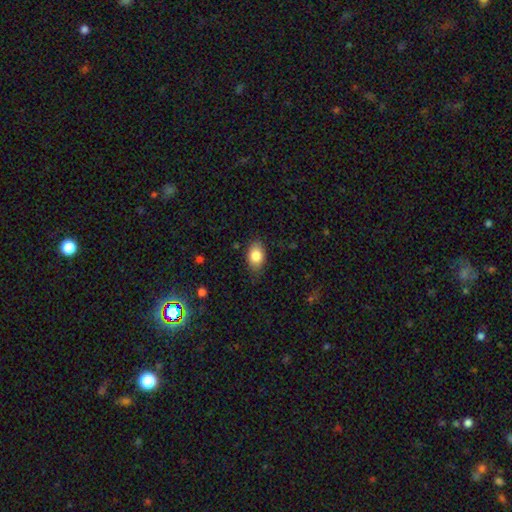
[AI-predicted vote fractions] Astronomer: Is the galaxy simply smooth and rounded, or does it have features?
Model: smooth — 84%.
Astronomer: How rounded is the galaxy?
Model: in between — 85%.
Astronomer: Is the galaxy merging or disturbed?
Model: none — 79%.